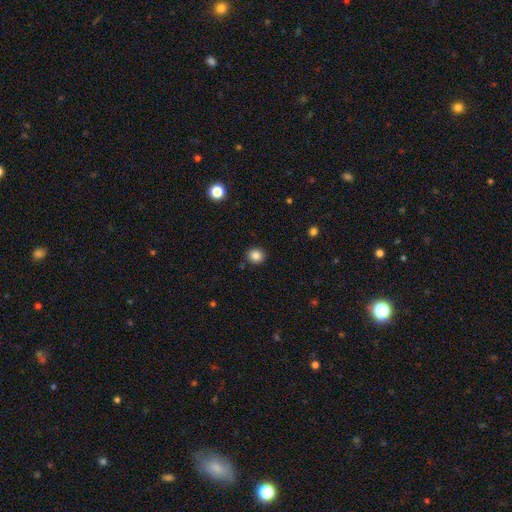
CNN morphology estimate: A smooth galaxy with no disk features (85%) that is round (88%).

Vote fractions:
- Smooth or featured? smooth: 85% / star or artifact: 10% / featured or disk: 5%
- How rounded? round: 88% / in between: 11% / cigar-shaped: 1%
- Merging? none: 90% / minor disturbance: 7% / major disturbance: 2% / merger: 2%